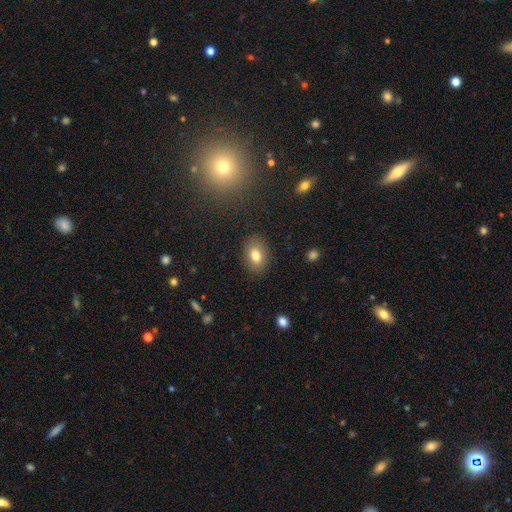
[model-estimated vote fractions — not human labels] A smooth galaxy with no disk features (78%) that is in between round and cigar-shaped (78%). Merging: none (85%).